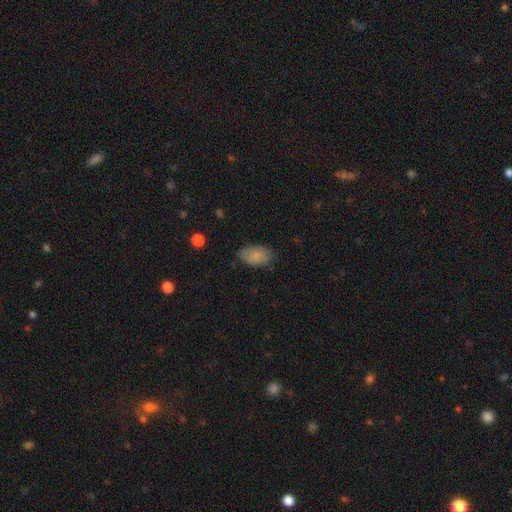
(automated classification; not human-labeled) smooth 83%, featured or disk 9%, star or artifact 8%. Down the decision tree: how rounded — in between (92%); merging — none (68%).